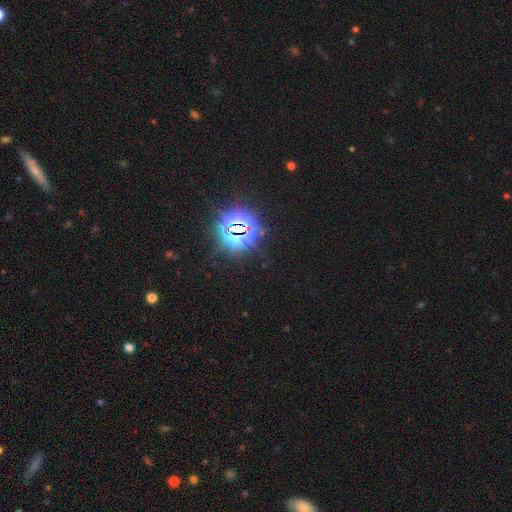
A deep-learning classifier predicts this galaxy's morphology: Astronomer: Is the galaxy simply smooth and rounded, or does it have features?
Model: star or artifact — 83%.